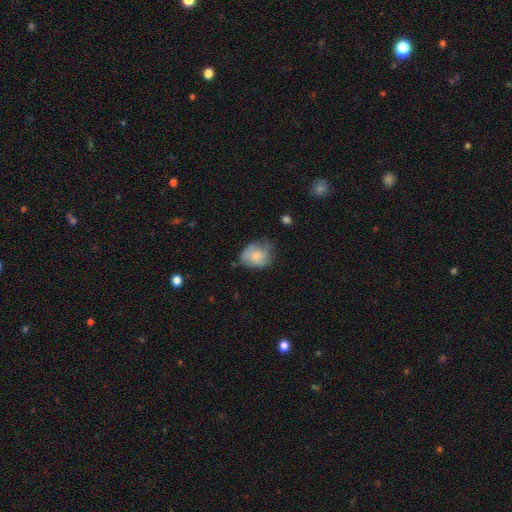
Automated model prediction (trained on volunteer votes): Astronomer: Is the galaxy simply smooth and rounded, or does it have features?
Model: featured or disk — 50% (runner-up: smooth, 43%).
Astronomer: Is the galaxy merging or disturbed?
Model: none — 56%.